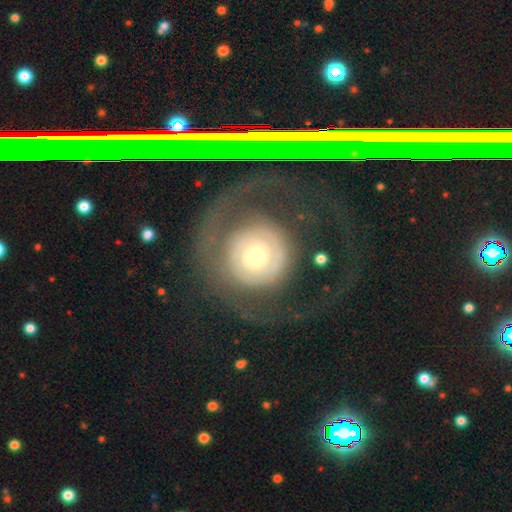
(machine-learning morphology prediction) A featured or disk galaxy (67%) with no bar (84%), spiral arms (67%) and a moderate central bulge (57%). Merging: none (46%).